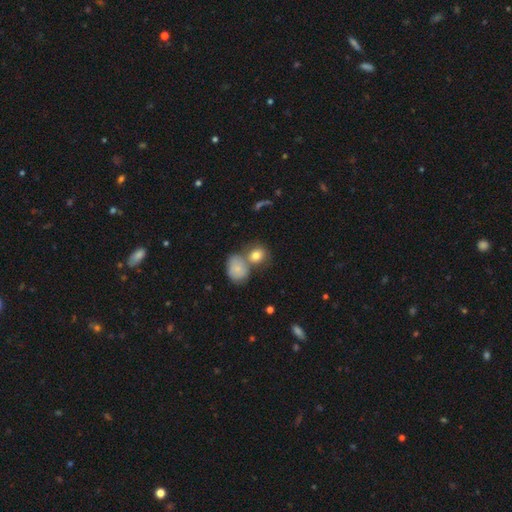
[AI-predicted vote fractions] A smooth galaxy with no disk features (79%) that is round (64%).

Vote fractions:
- Smooth or featured? smooth: 79% / featured or disk: 12% / star or artifact: 9%
- How rounded? round: 64% / in between: 35% / cigar-shaped: 1%
- Merging? none: 45% / merger: 40% / minor disturbance: 11% / major disturbance: 5%